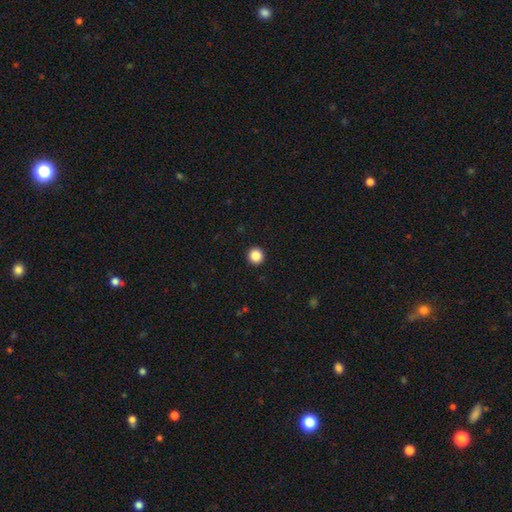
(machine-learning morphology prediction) smooth_or_featured: smooth (p=0.87) [alt: star or artifact p=0.10]
how_rounded: round (p=0.95) [alt: in between p=0.04]
merging: none (p=0.94) [alt: minor disturbance p=0.04]